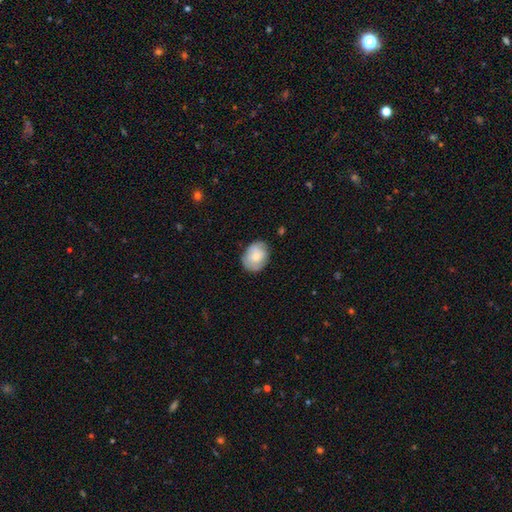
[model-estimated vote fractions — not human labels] smooth_or_featured: smooth (p=0.64) [alt: featured or disk p=0.29]
how_rounded: round (p=0.54) [alt: in between p=0.46]
merging: none (p=0.72) [alt: minor disturbance p=0.22]